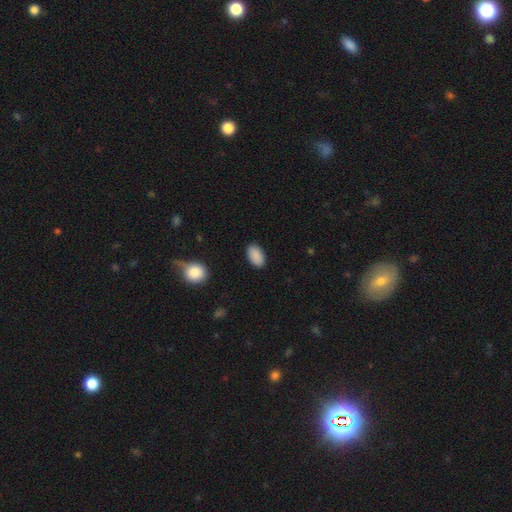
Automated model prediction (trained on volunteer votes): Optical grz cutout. It shows a smooth galaxy with no disk features (90%) that is in between round and cigar-shaped (94%). Merging: none (89%).